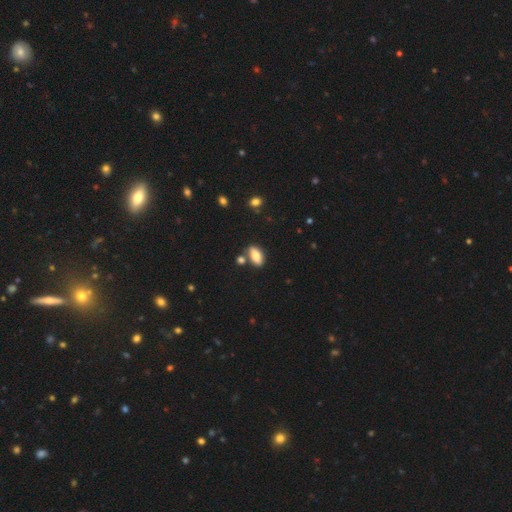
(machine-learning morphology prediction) A smooth galaxy with no disk features (81%) that is in between round and cigar-shaped (87%).

Vote fractions:
- Smooth or featured? smooth: 81% / featured or disk: 12% / star or artifact: 7%
- How rounded? in between: 87% / cigar-shaped: 9% / round: 4%
- Merging? none: 75% / minor disturbance: 12% / merger: 11% / major disturbance: 3%